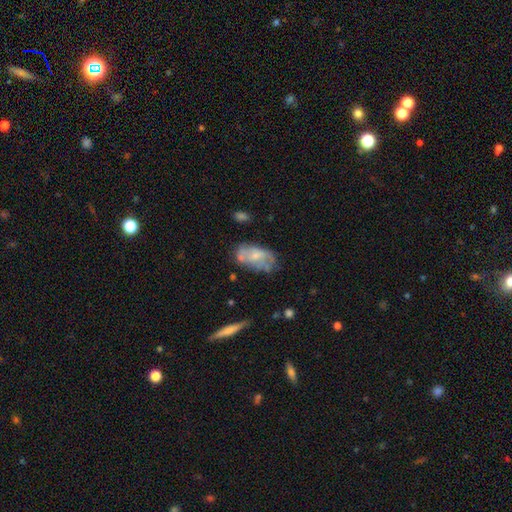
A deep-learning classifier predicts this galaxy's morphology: smooth_or_featured: featured or disk (p=0.47) [alt: smooth p=0.46]
merging: none (p=0.48) [alt: minor disturbance p=0.28]